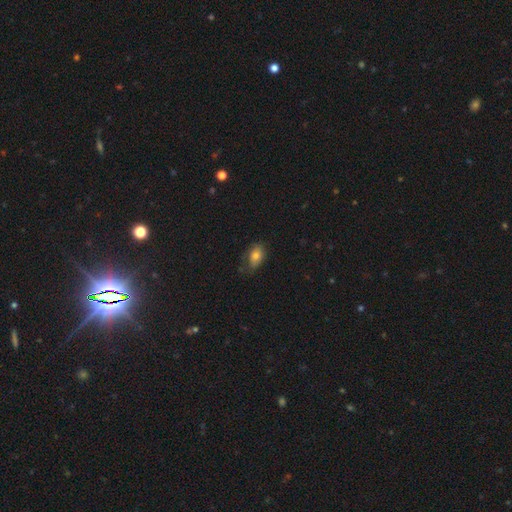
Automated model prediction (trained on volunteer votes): This is likely a smooth galaxy (78%). How rounded: clearly in between (85%). Merging: likely none (62%).